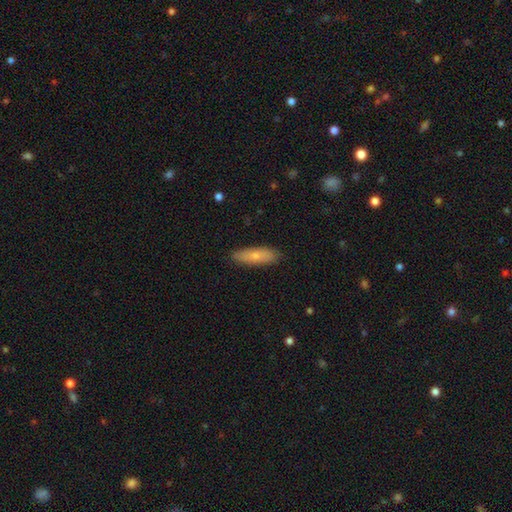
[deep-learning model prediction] A smooth galaxy with no disk features (76%) that is cigar-shaped (56%). Merging: none (87%).